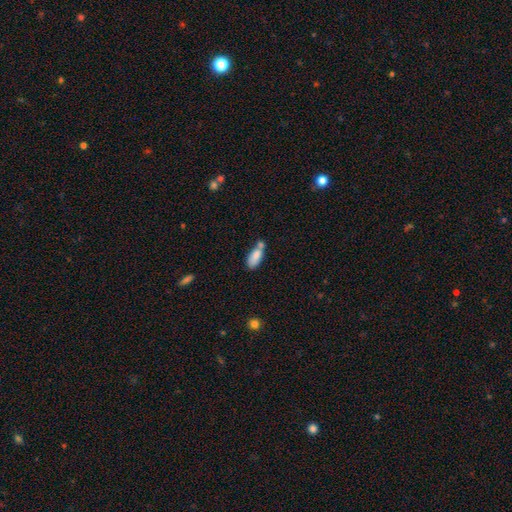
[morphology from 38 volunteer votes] Overall: smooth (76%). How rounded: in between (76%). Merging: merger (49%; none 29%).